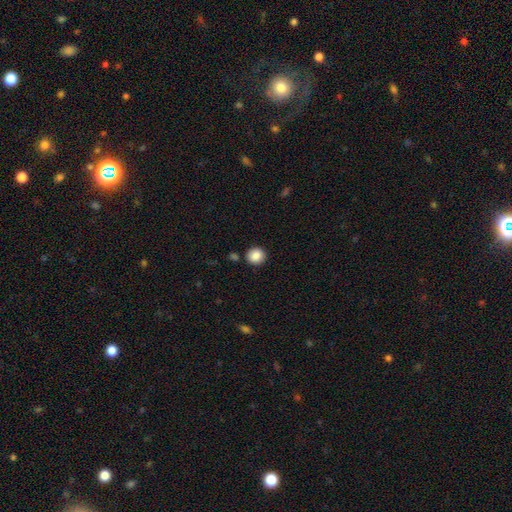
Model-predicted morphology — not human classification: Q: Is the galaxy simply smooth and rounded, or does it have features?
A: smooth — 88%.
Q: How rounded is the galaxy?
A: round — 90%.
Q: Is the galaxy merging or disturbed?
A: none — 88%.